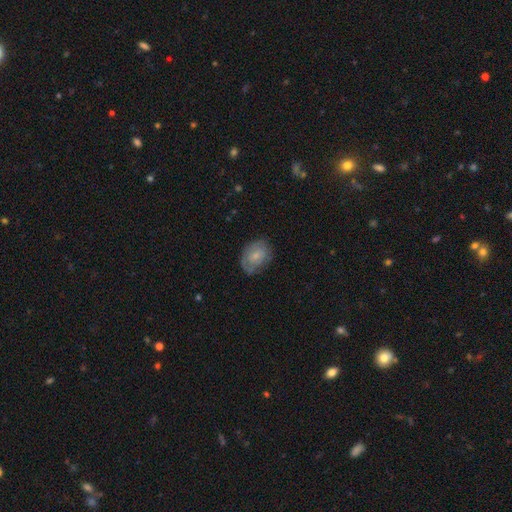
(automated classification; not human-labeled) Smooth or featured: smooth — 59% (featured or disk — 34%)
How rounded: in between — 73% (round — 26%)
Merging: none — 66% (minor disturbance — 24%)